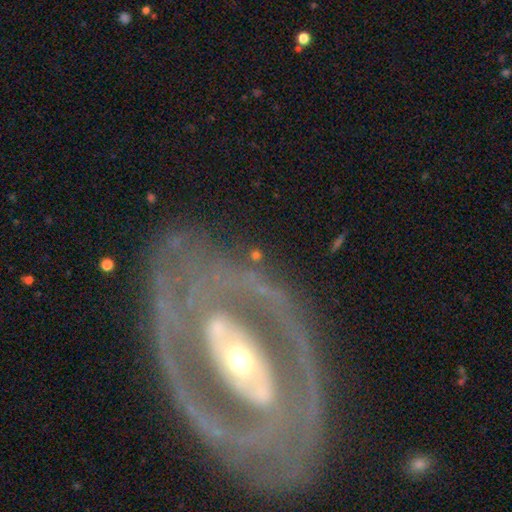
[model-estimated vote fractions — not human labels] A smooth galaxy with no disk features (36%).

Vote fractions:
- Smooth or featured? smooth: 36% / star or artifact: 35% / featured or disk: 28%
- Merging? none: 72% / minor disturbance: 12% / major disturbance: 9% / merger: 8%